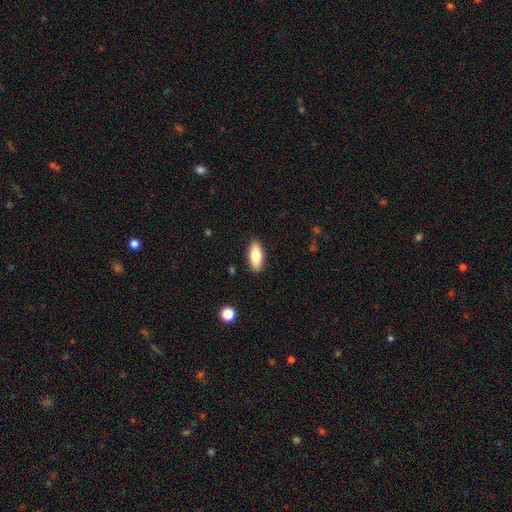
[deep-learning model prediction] A smooth galaxy with no disk features (78%) that is in between round and cigar-shaped (85%).

Vote fractions:
- Smooth or featured? smooth: 78% / featured or disk: 15% / star or artifact: 7%
- How rounded? in between: 85% / cigar-shaped: 13% / round: 3%
- Merging? none: 89% / minor disturbance: 8% / major disturbance: 2% / merger: 1%